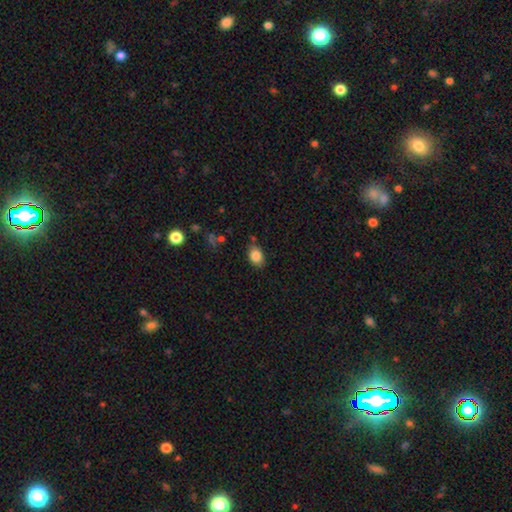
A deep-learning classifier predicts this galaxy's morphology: This is clearly a smooth galaxy (85%). How rounded: likely in between (77%). Merging: likely none (77%).